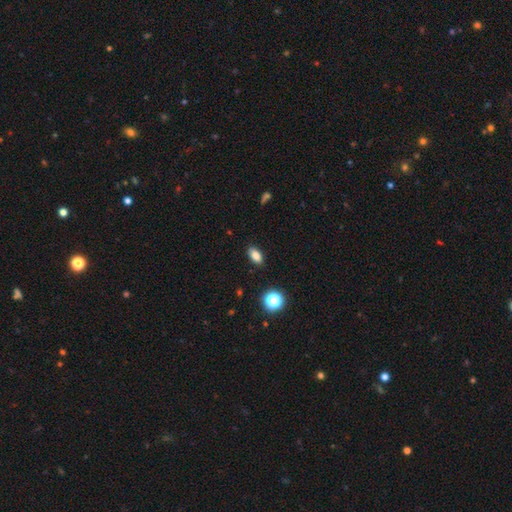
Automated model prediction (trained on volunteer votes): Overall: smooth (82%). How rounded: in between (87%). Merging: none (89%).